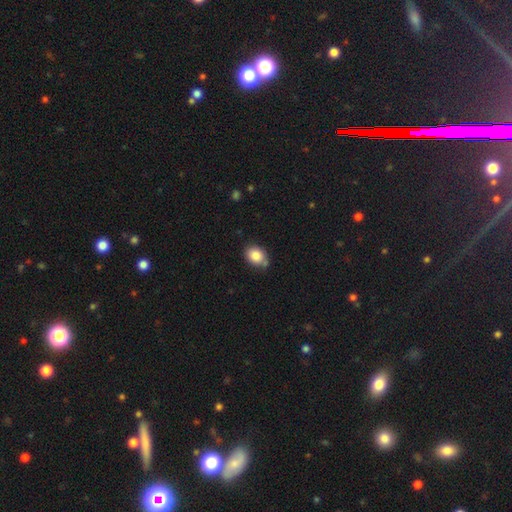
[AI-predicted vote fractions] Morphology: type=smooth (84%); roundness=in between (67%); merging=none (67%).